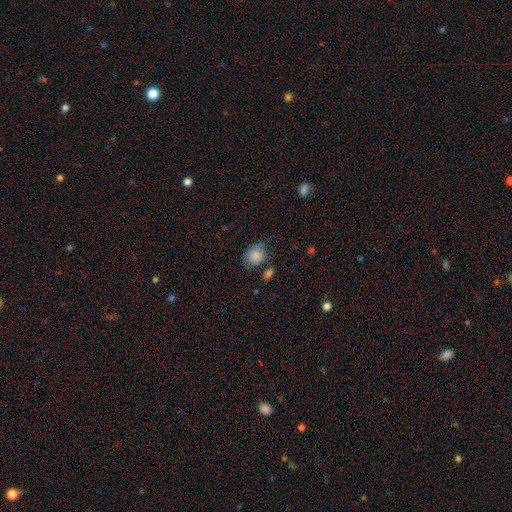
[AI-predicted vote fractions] smooth-or-featured: smooth: 82% | featured or disk: 10% | star or artifact: 9%
  how-rounded: in between: 49% (tied) | round: 49% (tied) | cigar-shaped: 1%
  merging: none: 50% | minor disturbance: 30% | major disturbance: 11% | merger: 9%